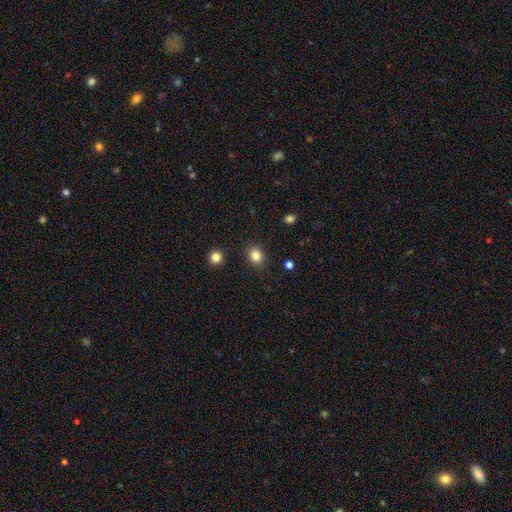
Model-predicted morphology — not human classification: A smooth galaxy with no disk features (84%) that is round (64%). Merging: none (88%).